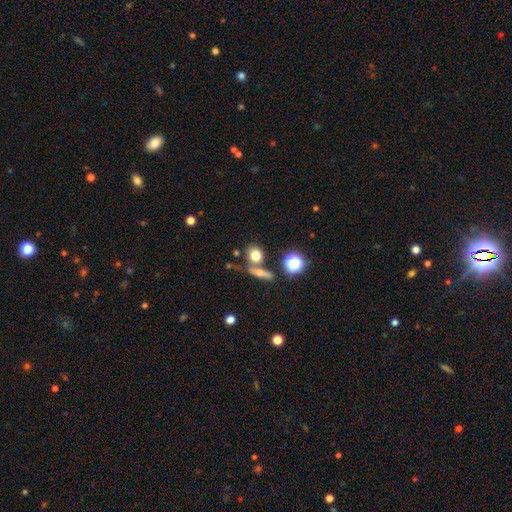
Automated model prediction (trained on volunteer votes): Overall: smooth (73%). How rounded: round (69%). Merging: none (62%; merger 24%).